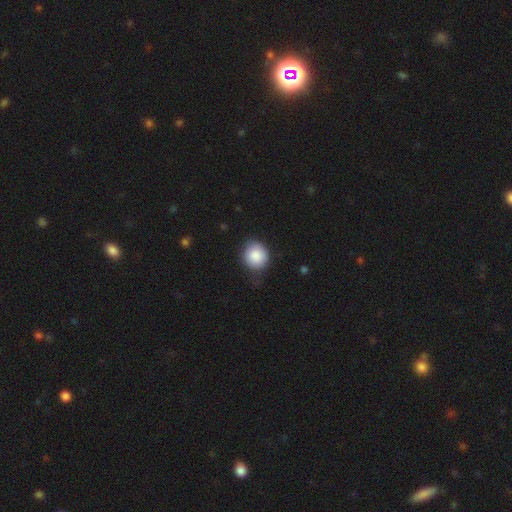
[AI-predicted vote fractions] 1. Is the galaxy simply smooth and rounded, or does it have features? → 87% smooth, 7% star or artifact, 6% featured or disk.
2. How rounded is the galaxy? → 85% round, 14% in between, 1% cigar-shaped.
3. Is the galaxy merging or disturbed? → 71% none, 22% minor disturbance, 6% major disturbance, 1% merger.